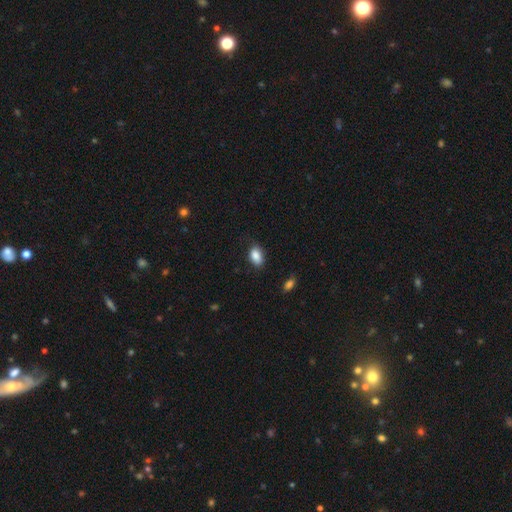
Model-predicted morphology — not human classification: This appears to be a smooth galaxy with no disk features (87%) that is in between round and cigar-shaped (89%). Merging: none (79%).